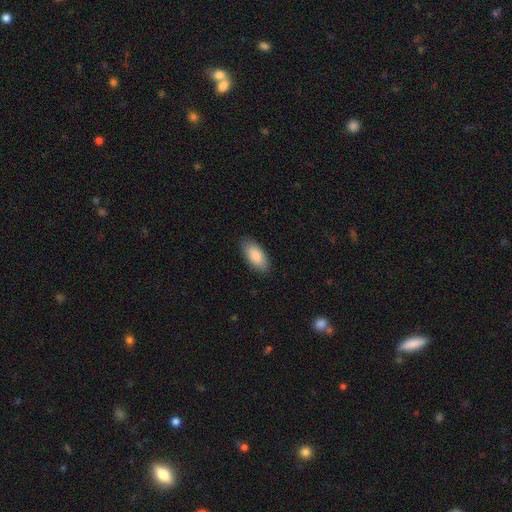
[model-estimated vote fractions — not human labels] The model was most divided on "merging": none: 86%, minor disturbance: 10%, major disturbance: 2%, merger: 1%. More confident: how rounded — in between (90%); smooth or featured — smooth (87%).